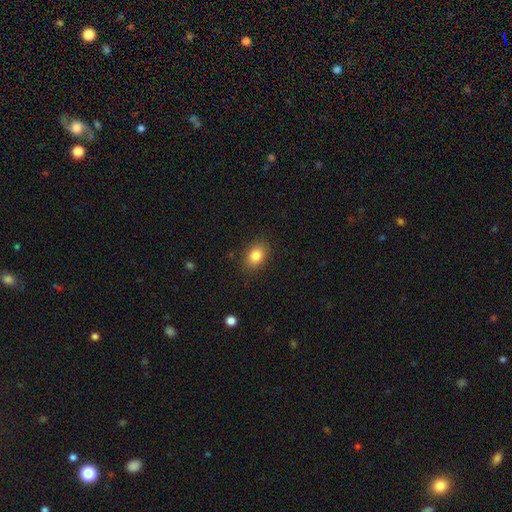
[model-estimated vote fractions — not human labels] Smooth or featured? smooth (84%)
How rounded? in between (73%)
Merging? none (87%)